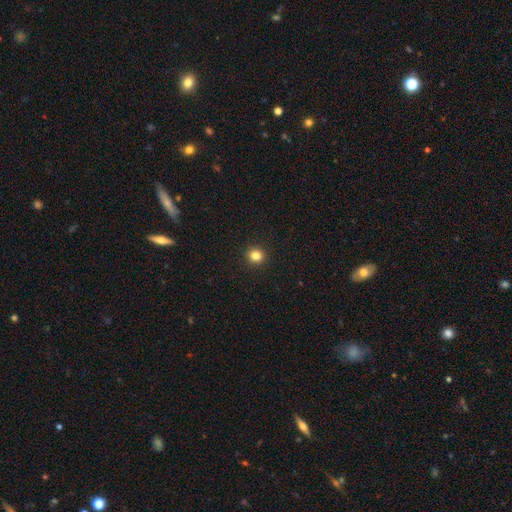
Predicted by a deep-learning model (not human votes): Smooth or featured? Predicted: smooth (p=0.83). How rounded? Predicted: round (p=0.86). Merging? Predicted: none (p=0.93).